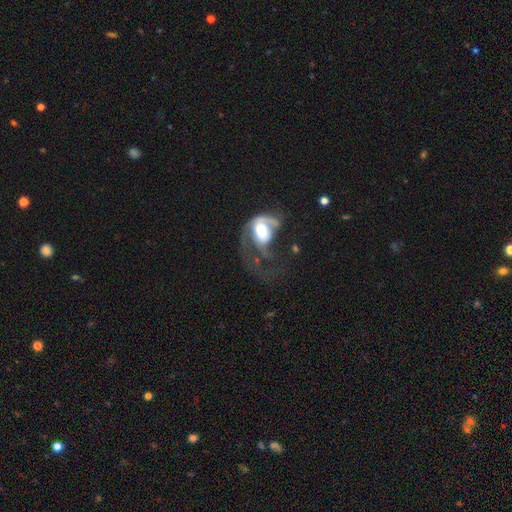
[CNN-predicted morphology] This appears to be a featured or disk galaxy (49%). Merging: major disturbance (56%).